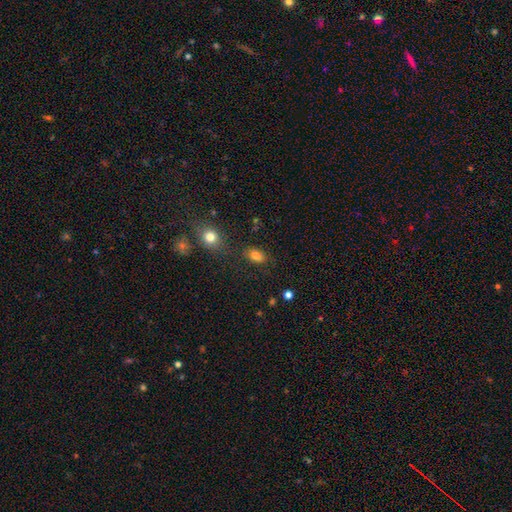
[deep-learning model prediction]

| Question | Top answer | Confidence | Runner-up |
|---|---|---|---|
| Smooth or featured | smooth | 82% | star or artifact (11%) |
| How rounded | in between | 81% | round (18%) |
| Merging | none | 77% | minor disturbance (13%) |